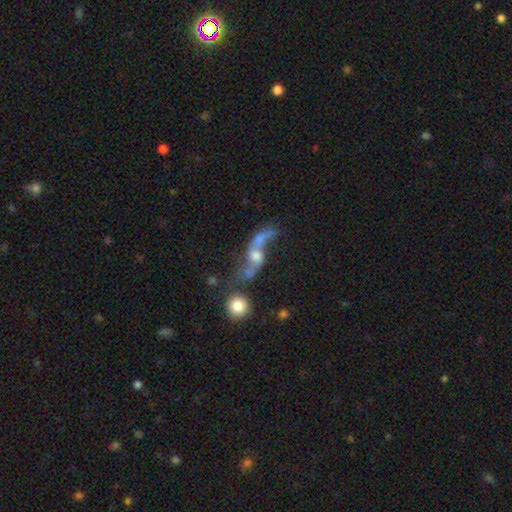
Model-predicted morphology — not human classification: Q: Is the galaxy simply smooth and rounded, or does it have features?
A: featured or disk — 59%.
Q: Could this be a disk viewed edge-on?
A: no — 88%.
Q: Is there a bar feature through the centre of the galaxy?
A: no — 68%.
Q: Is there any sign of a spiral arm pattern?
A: yes — 64%.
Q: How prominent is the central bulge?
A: moderate — 43%.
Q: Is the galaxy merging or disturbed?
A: merger — 47%.